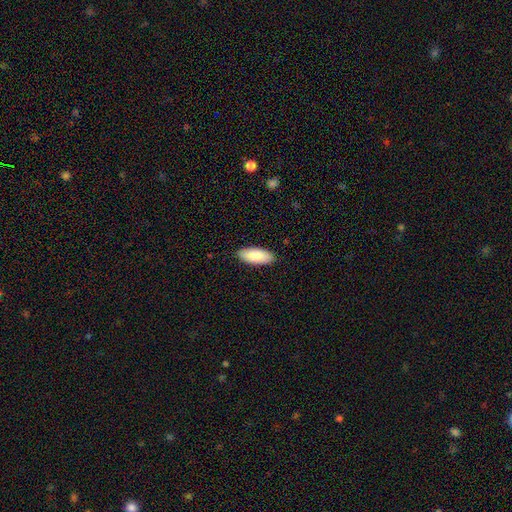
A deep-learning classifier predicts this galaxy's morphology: smooth 81%, featured or disk 14%, star or artifact 6%. Down the decision tree: how rounded — in between (85%); merging — none (89%).